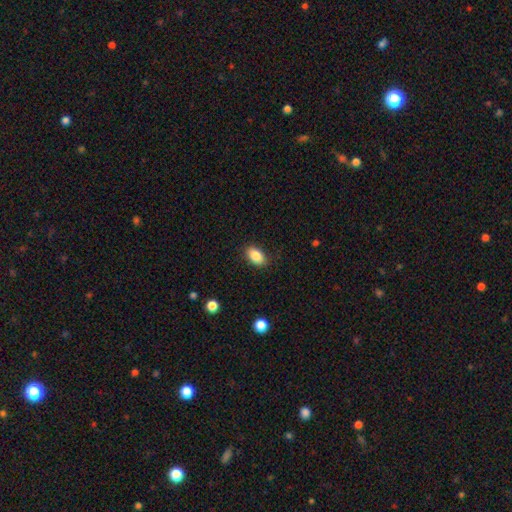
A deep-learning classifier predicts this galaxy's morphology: Smooth or featured? smooth (86%)
How rounded? in between (90%)
Merging? none (87%)